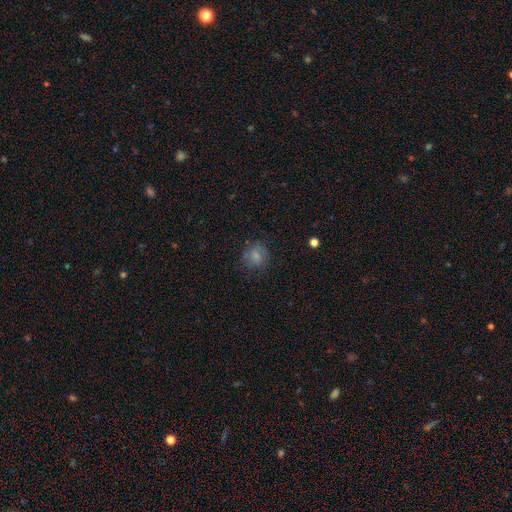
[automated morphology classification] Smooth or featured? Predicted: smooth (p=0.73). How rounded? Predicted: round (p=0.82). Merging? Predicted: none (p=0.71).